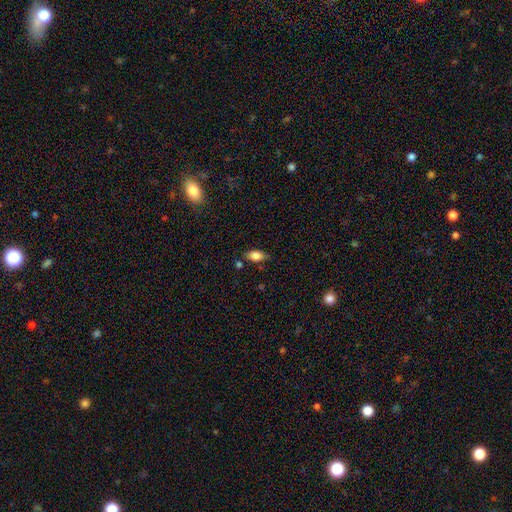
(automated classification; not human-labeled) Overall: smooth (83%). How rounded: in between (89%). Merging: none (75%).